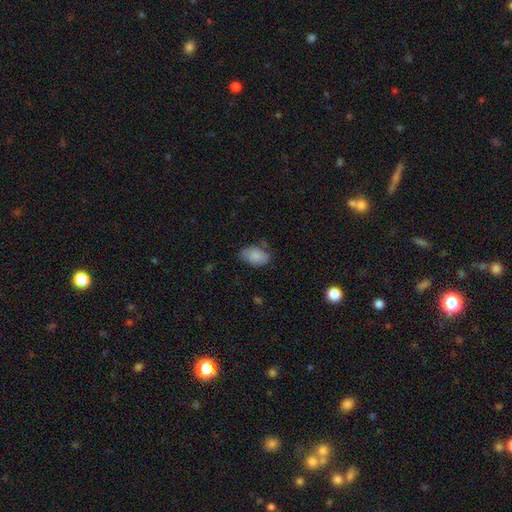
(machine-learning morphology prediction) type=smooth (84%); roundness=in between (88%); merging=none (62%).